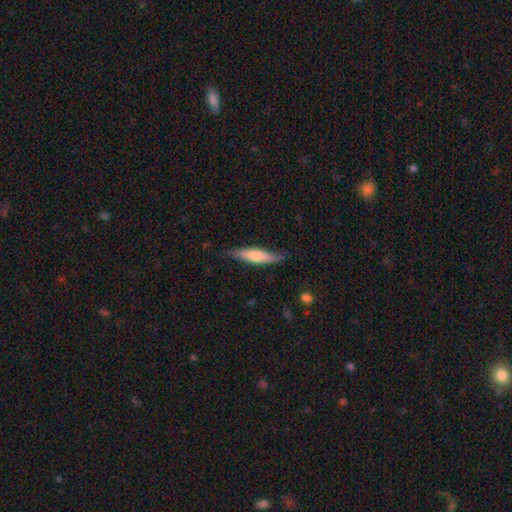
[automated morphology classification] Smooth or featured: smooth — 64% (featured or disk — 31%)
How rounded: cigar-shaped — 78% (in between — 20%)
Merging: none — 75% (minor disturbance — 20%)